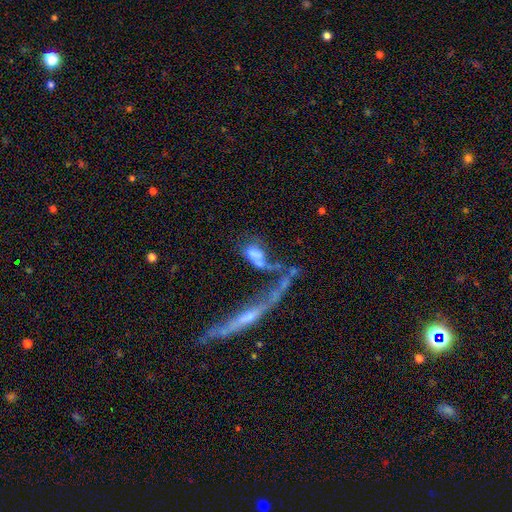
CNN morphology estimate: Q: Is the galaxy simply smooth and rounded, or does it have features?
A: smooth — 49%.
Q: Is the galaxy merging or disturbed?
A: merger — 51%.